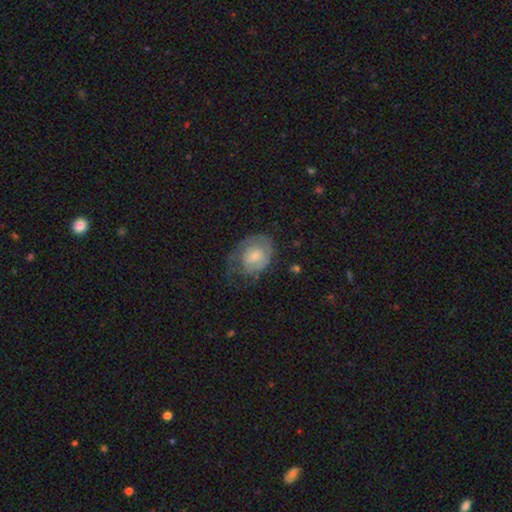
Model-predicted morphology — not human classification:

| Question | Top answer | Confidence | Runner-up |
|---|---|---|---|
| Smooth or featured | featured or disk | 53% | smooth (39%) |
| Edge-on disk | no | 96% | yes (4%) |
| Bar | no | 70% | weak (26%) |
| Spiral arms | yes | 70% | no (30%) |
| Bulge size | moderate | 47% | small (37%) |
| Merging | none | 45% | minor disturbance (29%) |